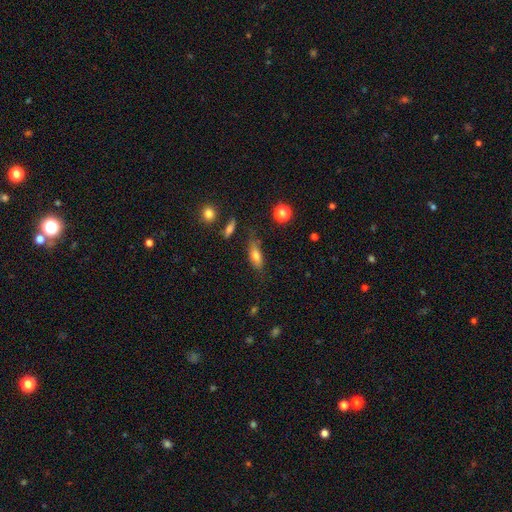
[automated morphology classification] A smooth galaxy with no disk features (71%) that is in between round and cigar-shaped (67%). Merging: none (62%).